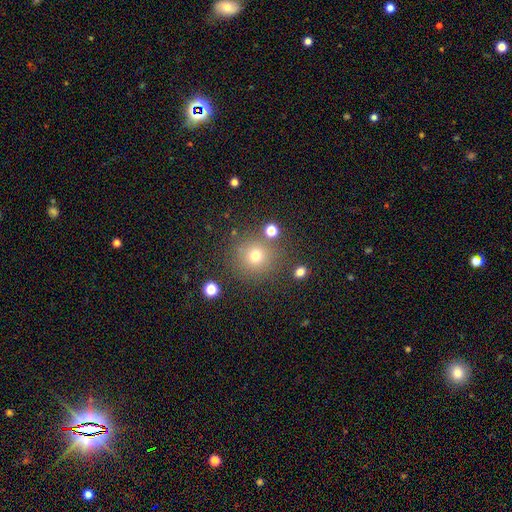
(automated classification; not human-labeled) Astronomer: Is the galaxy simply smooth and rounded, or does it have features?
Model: smooth — 72%.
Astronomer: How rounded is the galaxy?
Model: round — 94%.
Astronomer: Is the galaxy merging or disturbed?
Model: none — 81%.